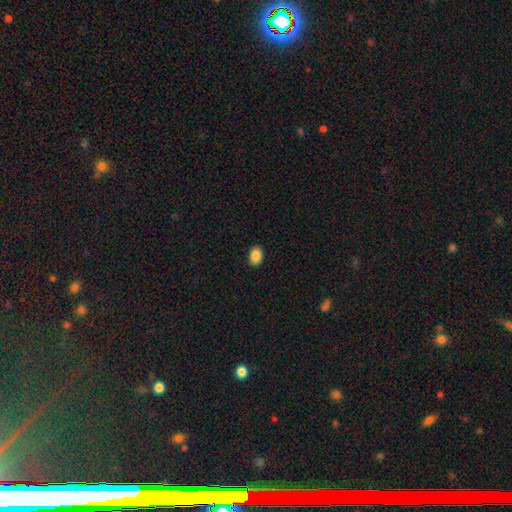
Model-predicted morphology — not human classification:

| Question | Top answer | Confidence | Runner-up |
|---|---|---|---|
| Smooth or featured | smooth | 88% | star or artifact (8%) |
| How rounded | in between | 79% | round (20%) |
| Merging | none | 90% | minor disturbance (7%) |